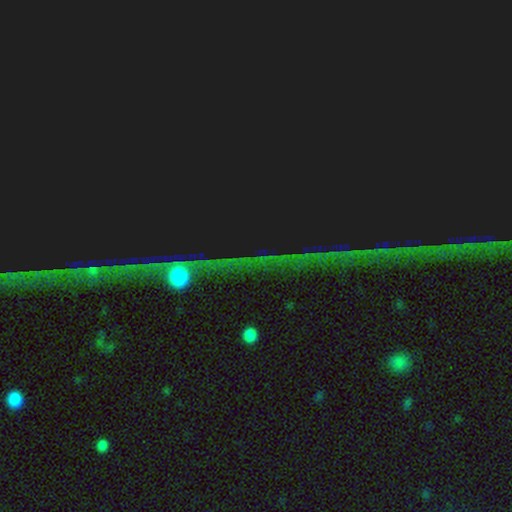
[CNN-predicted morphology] A star or artifact, not a galaxy (73%).

Vote fractions:
- Smooth or featured? star or artifact: 73% / featured or disk: 14% / smooth: 13%